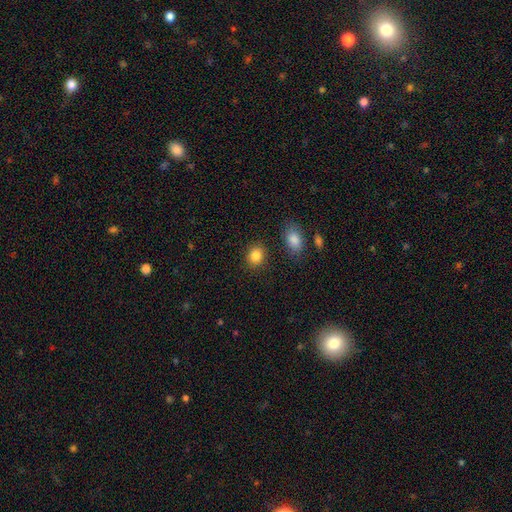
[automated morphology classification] This appears to be a smooth galaxy with no disk features (86%) that is round (67%). Merging: none (86%).